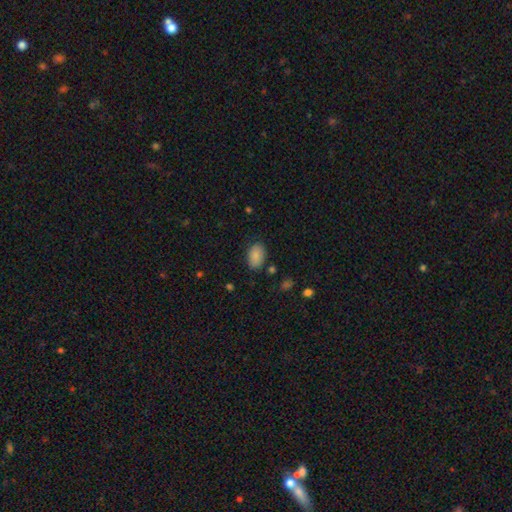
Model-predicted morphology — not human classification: A smooth galaxy with no disk features (87%) that is in between round and cigar-shaped (90%). Merging: none (83%).